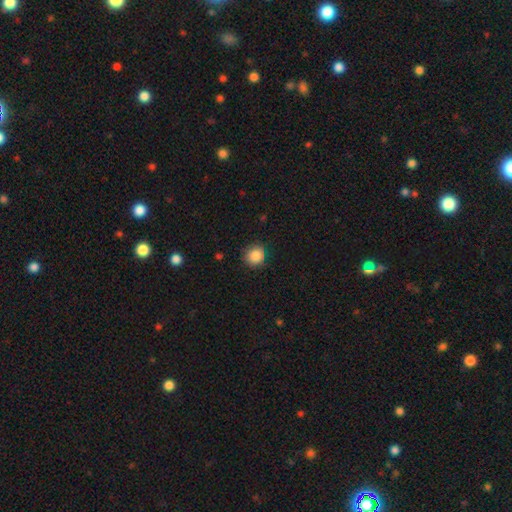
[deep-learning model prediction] Smooth or featured: smooth — 87% (star or artifact — 9%)
How rounded: round — 88% (in between — 11%)
Merging: none — 83% (minor disturbance — 13%)